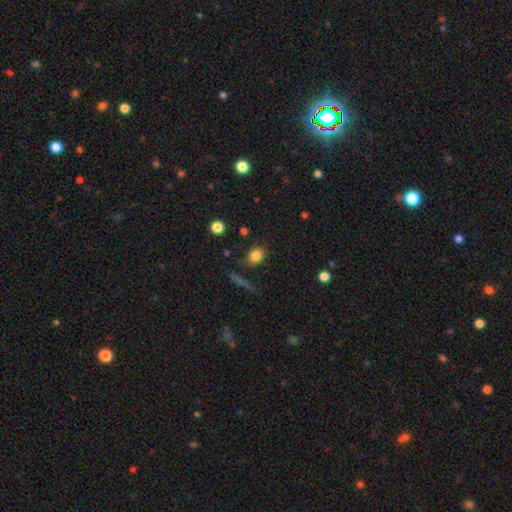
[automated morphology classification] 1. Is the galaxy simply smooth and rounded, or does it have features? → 83% smooth, 11% star or artifact, 7% featured or disk.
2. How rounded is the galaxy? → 51% in between, 47% round, 2% cigar-shaped.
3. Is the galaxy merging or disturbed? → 79% none, 13% minor disturbance, 4% major disturbance, 4% merger.